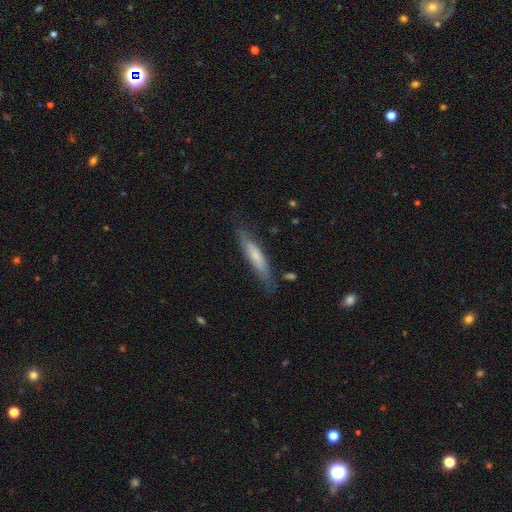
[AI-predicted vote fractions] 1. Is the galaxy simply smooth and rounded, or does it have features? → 59% smooth, 35% featured or disk, 6% star or artifact.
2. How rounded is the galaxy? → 86% cigar-shaped, 13% in between, 1% round.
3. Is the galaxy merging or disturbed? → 74% none, 19% minor disturbance, 5% major disturbance, 2% merger.